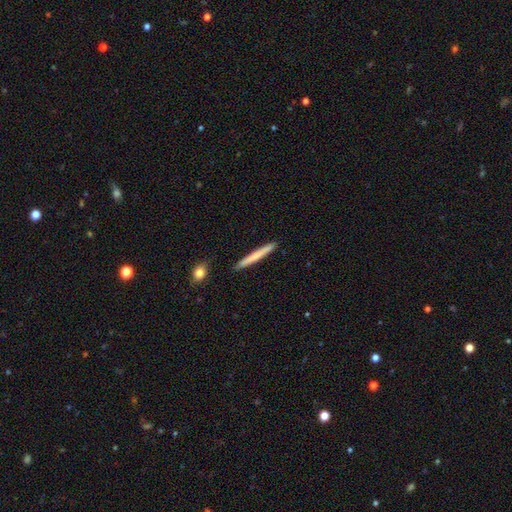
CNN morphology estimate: Smooth or featured? smooth (66%)
How rounded? cigar-shaped (97%)
Merging? none (92%)